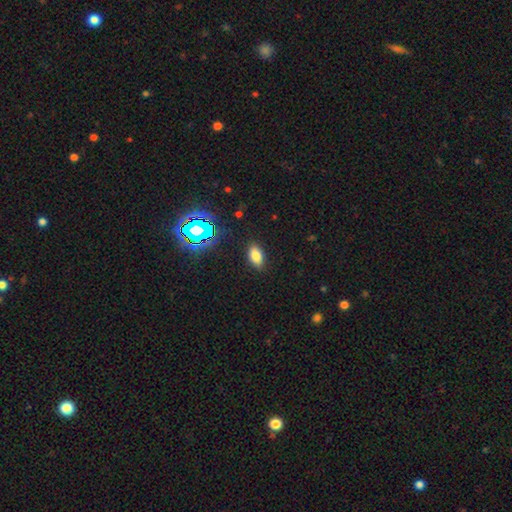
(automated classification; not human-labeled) Overall: smooth (75%). How rounded: in between (90%). Merging: none (87%).